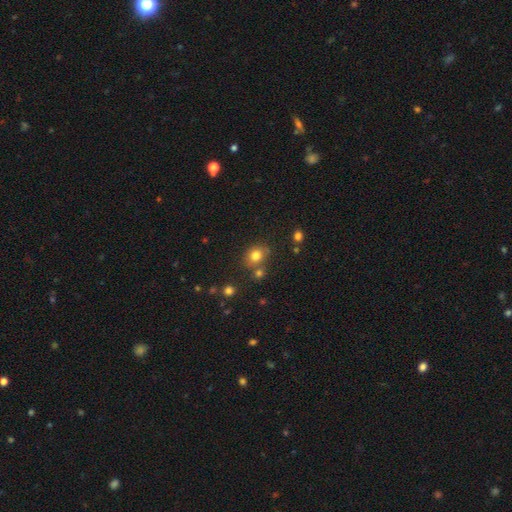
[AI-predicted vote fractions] Smooth or featured? smooth (79%)
How rounded? round (67%)
Merging? none (69%)